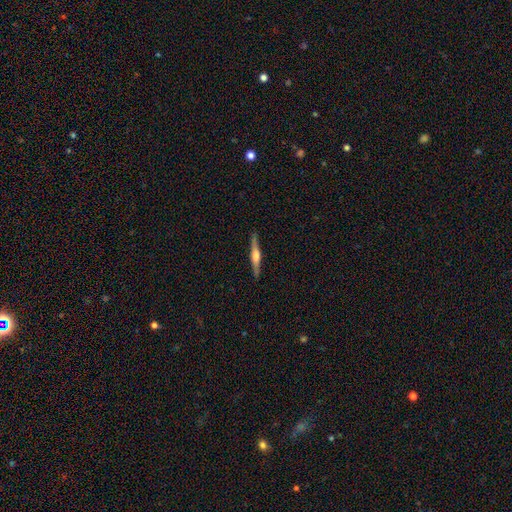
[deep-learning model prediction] smooth-or-featured: featured or disk: 64% | smooth: 31% | star or artifact: 6%
  disk-edge-on: yes: 97% | no: 3%
    edge-on-bulge: rounded: 78% | boxy: 15% | none: 7%
  merging: none: 90% | minor disturbance: 8% | major disturbance: 2% | merger: 1%